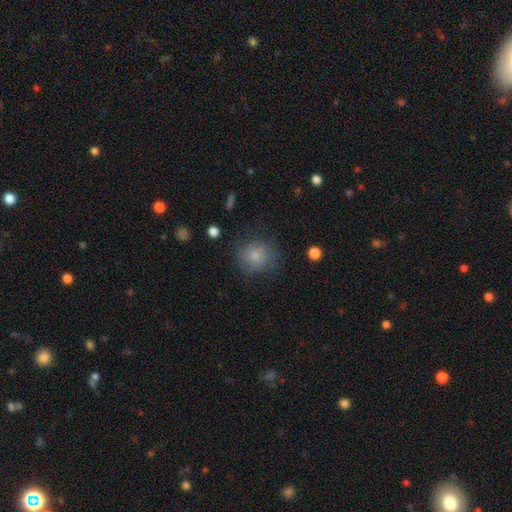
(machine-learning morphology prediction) smooth-or-featured: smooth: 76% | featured or disk: 15% | star or artifact: 9%
  how-rounded: round: 85% | in between: 14% | cigar-shaped: 1%
  merging: none: 69% | minor disturbance: 20% | major disturbance: 10% | merger: 2%